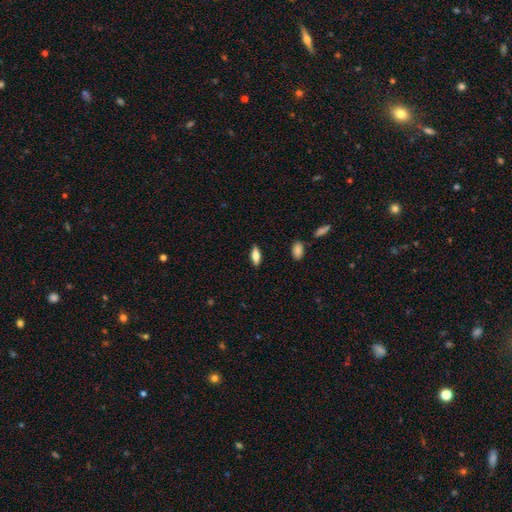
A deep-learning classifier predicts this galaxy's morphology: Q: Smooth or featured?
A: smooth (75%); runner-up: featured or disk (18%)
Q: How rounded?
A: in between (71%); runner-up: cigar-shaped (26%)
Q: Merging?
A: none (87%); runner-up: minor disturbance (9%)